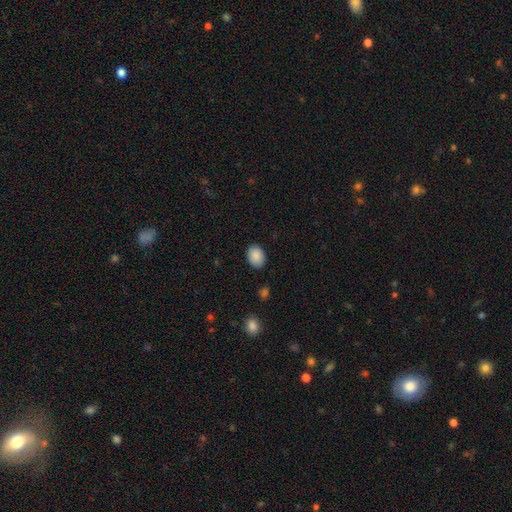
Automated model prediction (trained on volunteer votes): This appears to be a smooth galaxy with no disk features (89%) that is in between round and cigar-shaped (70%). Merging: none (85%).